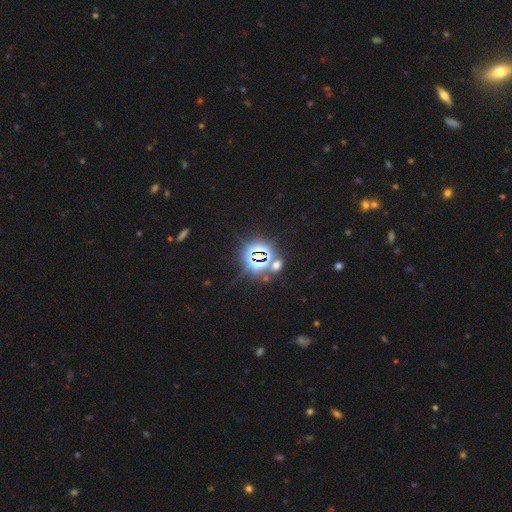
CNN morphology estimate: Smooth or featured? Predicted: star or artifact (p=0.77).